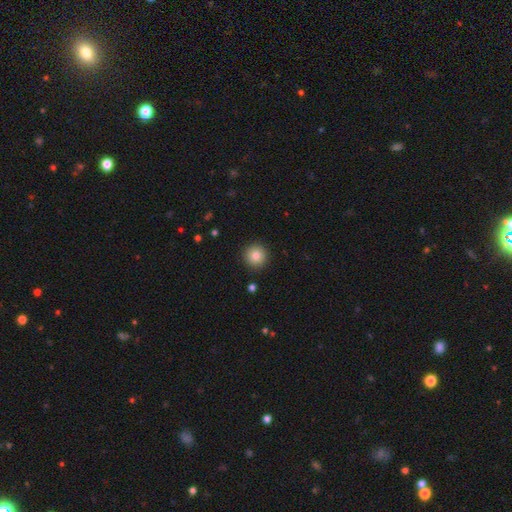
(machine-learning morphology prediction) Smooth or featured?
  - smooth: 84% *
  - star or artifact: 10%
  - featured or disk: 7%
How rounded?
  - round: 96% *
  - in between: 4%
  - cigar-shaped: 1%
Merging?
  - none: 92% *
  - minor disturbance: 5%
  - major disturbance: 2%
  - merger: 1%